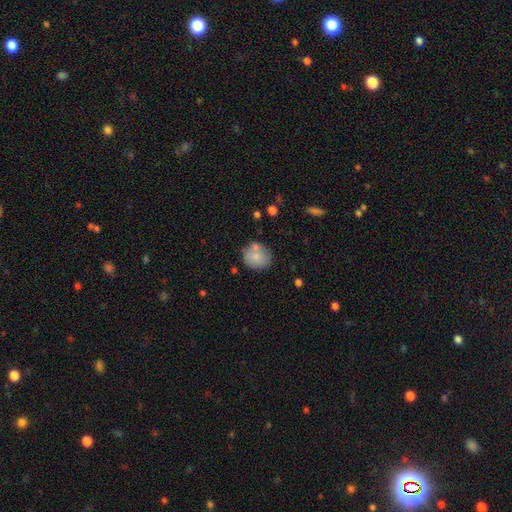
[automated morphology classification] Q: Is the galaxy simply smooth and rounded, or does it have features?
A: smooth — 77%.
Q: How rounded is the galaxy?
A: round — 76%.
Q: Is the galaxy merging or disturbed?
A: none — 68%.